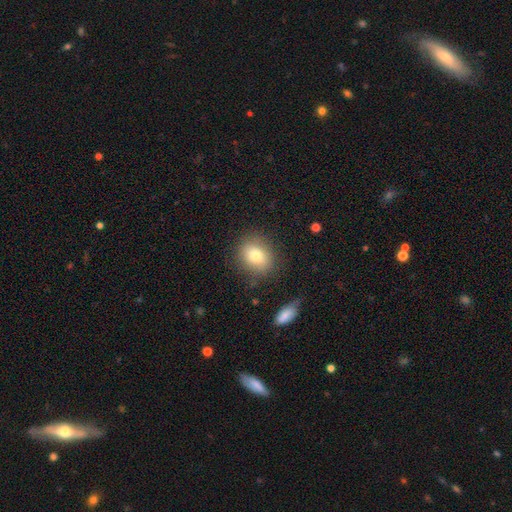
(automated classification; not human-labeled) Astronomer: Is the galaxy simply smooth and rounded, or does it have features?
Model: smooth — 77%.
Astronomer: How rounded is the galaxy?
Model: round — 59% (runner-up: in between, 39%).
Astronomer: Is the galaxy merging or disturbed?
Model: none — 80%.